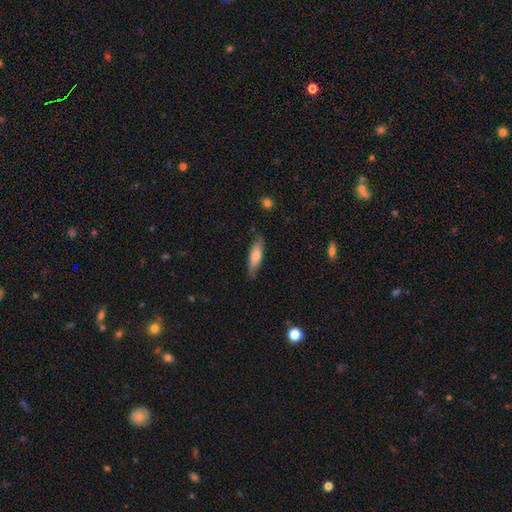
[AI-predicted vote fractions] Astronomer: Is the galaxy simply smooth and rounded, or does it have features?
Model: smooth — 72%.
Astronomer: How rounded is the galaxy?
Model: cigar-shaped — 59% (runner-up: in between, 40%).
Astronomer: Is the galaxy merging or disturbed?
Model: none — 80%.